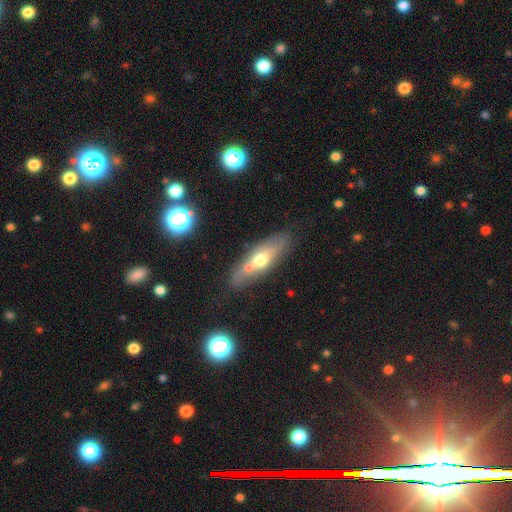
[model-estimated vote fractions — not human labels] This is marginally a featured or disk galaxy (41%). Merging: clearly none (84%).